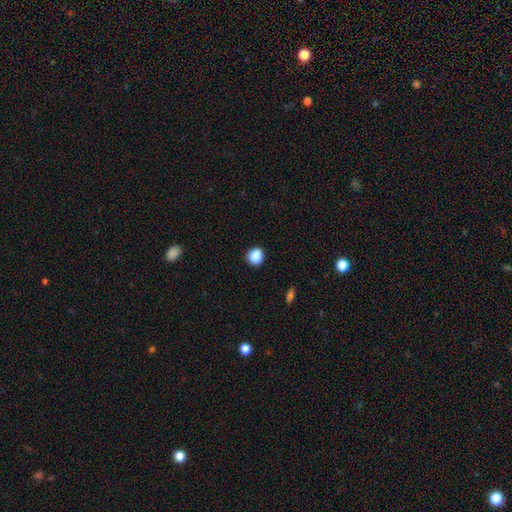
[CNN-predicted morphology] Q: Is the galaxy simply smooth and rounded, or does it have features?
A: smooth — 88%.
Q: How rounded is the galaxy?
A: round — 83%.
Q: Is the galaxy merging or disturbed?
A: none — 87%.